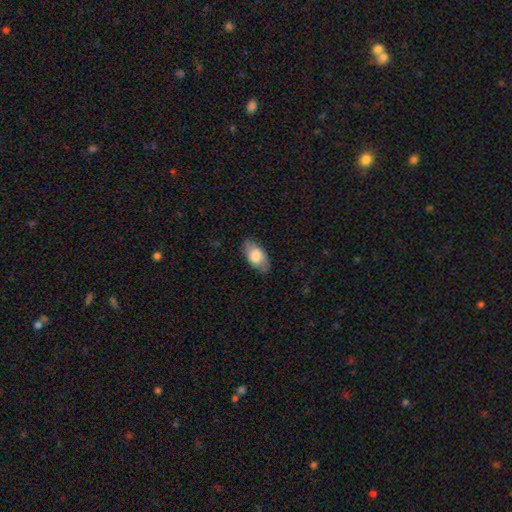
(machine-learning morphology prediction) Smooth or featured?
  - smooth: 74% *
  - featured or disk: 20%
  - star or artifact: 6%
How rounded?
  - in between: 93% *
  - cigar-shaped: 4%
  - round: 3%
Merging?
  - none: 81% *
  - minor disturbance: 15%
  - major disturbance: 3%
  - merger: 1%